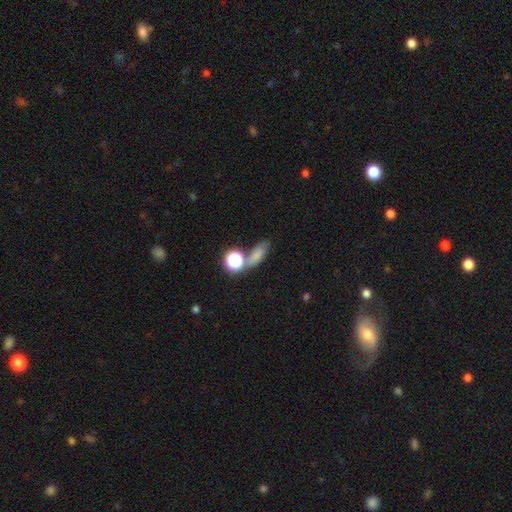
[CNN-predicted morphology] This appears to be a smooth galaxy with no disk features (69%) that is in between round and cigar-shaped (59%). Merging: none (53%).